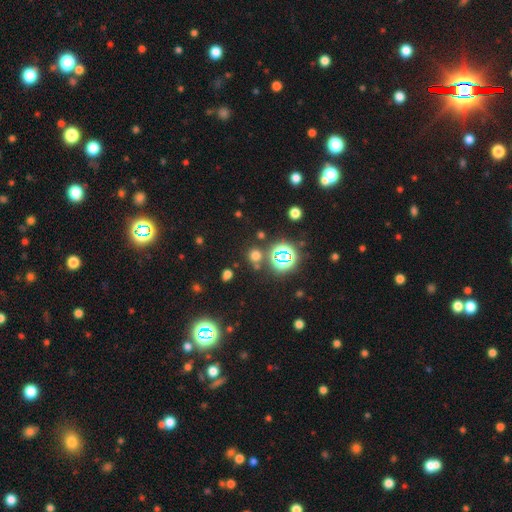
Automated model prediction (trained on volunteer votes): A smooth galaxy with no disk features (56%) that is round (87%).

Vote fractions:
- Smooth or featured? smooth: 56% / star or artifact: 37% / featured or disk: 7%
- How rounded? round: 87% / in between: 12% / cigar-shaped: 1%
- Merging? none: 79% / merger: 9% / minor disturbance: 8% / major disturbance: 4%